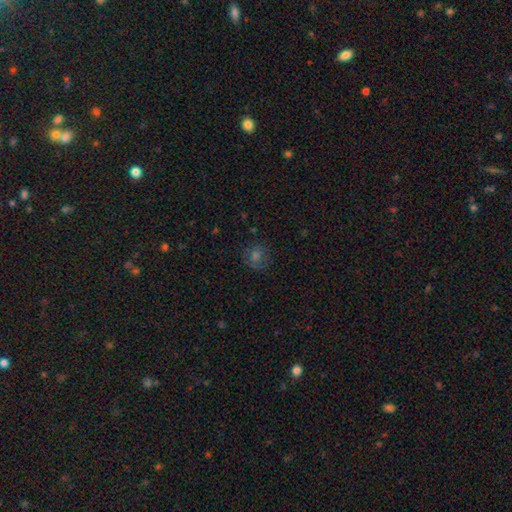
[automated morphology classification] smooth 57%, star or artifact 25%, featured or disk 17%. Down the decision tree: how rounded — round (83%); merging — none (79%).